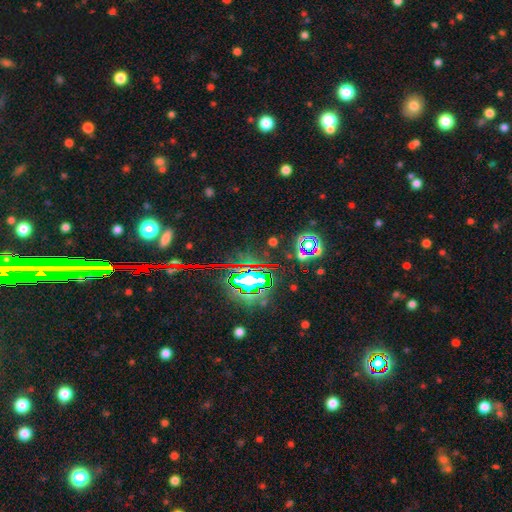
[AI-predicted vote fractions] A star or artifact, not a galaxy (80%).

Vote fractions:
- Smooth or featured? star or artifact: 80% / smooth: 12% / featured or disk: 9%